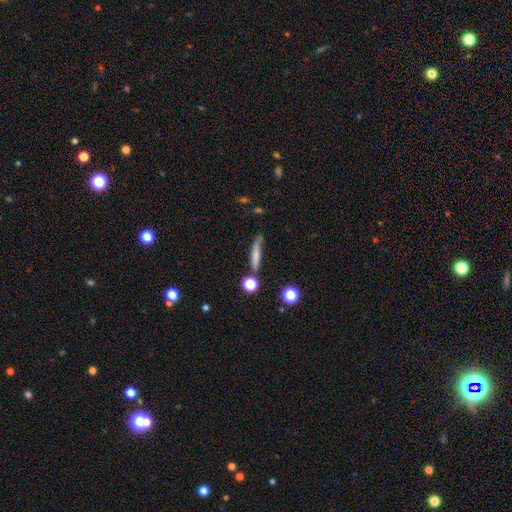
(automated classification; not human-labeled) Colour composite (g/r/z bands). It shows a smooth galaxy with no disk features (66%) that is cigar-shaped (85%). Merging: none (65%).